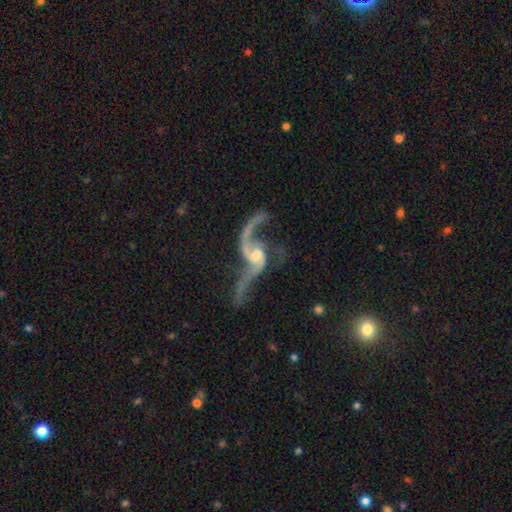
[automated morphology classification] A featured or disk galaxy (90%) with no bar (48%), 2 (82%) loose (85%) spiral arms (96%) and a moderate central bulge (47%). Merging: none (41%).